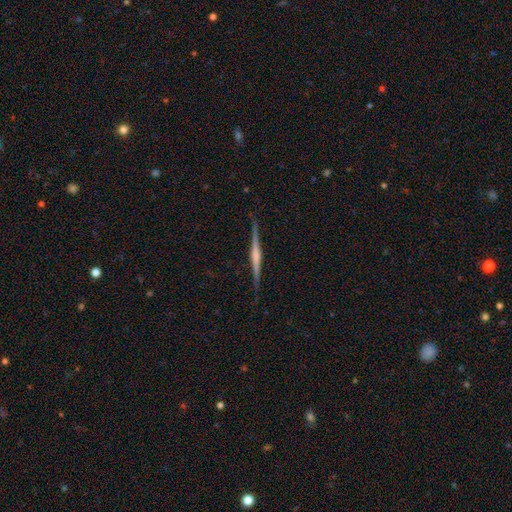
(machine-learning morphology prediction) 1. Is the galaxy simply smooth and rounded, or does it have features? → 77% featured or disk, 17% smooth, 6% star or artifact.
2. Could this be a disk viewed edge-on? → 98% yes, 2% no.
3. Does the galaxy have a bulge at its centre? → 50% rounded, 25% none, 25% boxy.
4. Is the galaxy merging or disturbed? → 90% none, 8% minor disturbance, 2% major disturbance, 1% merger.